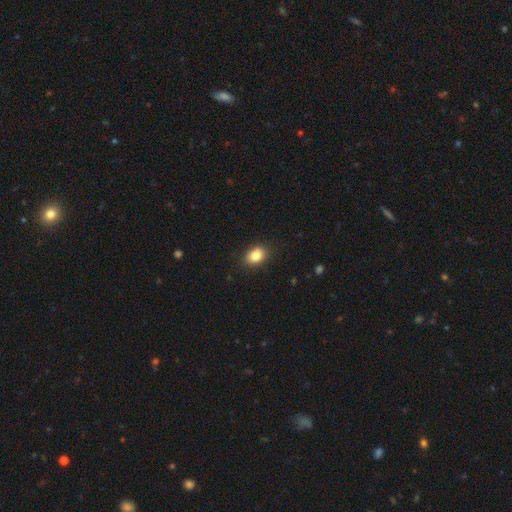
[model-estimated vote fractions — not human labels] Smooth or featured? Predicted: smooth (p=0.83). How rounded? Predicted: in between (p=0.68). Merging? Predicted: none (p=0.87).